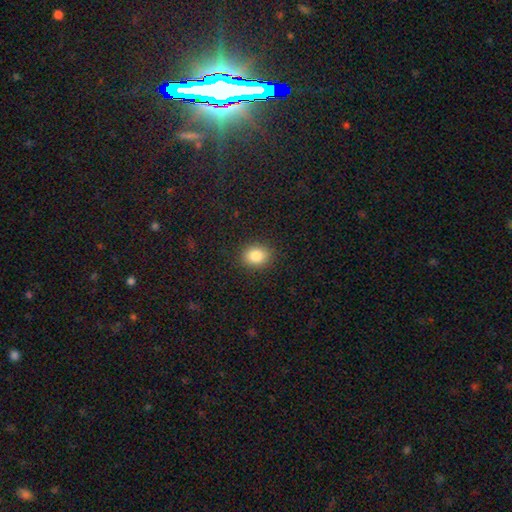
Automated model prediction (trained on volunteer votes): Smooth or featured: smooth — 85% (star or artifact — 10%)
How rounded: in between — 50% (round — 49%)
Merging: none — 89% (minor disturbance — 8%)